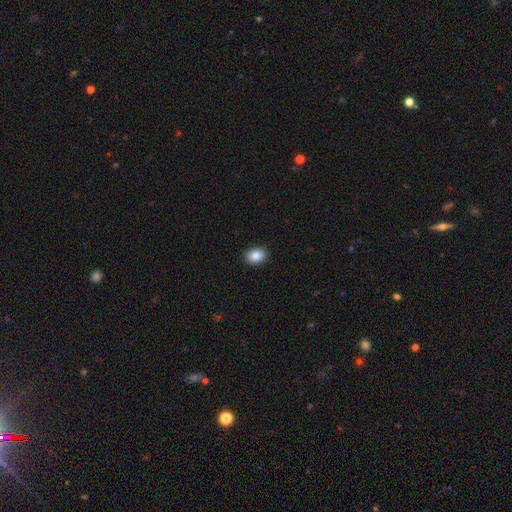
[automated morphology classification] smooth_or_featured: smooth (p=0.88) [alt: star or artifact p=0.08]
how_rounded: in between (p=0.69) [alt: round p=0.30]
merging: none (p=0.91) [alt: minor disturbance p=0.07]